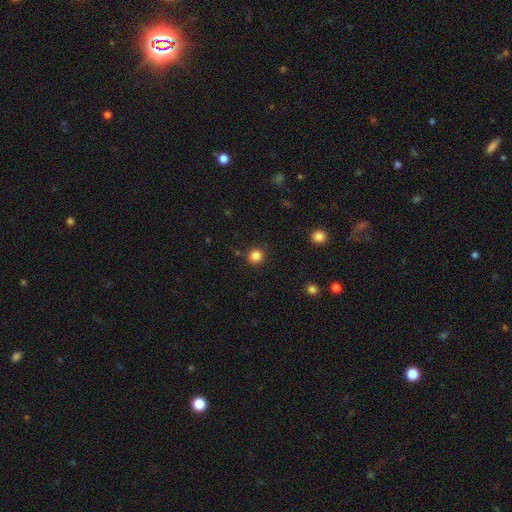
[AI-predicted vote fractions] Smooth or featured: smooth — 84% (star or artifact — 12%)
How rounded: round — 91% (in between — 8%)
Merging: none — 90% (minor disturbance — 7%)